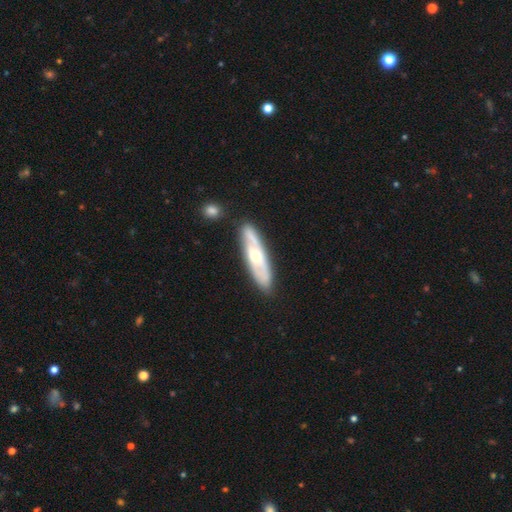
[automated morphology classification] smooth-or-featured: featured or disk: 66% | smooth: 29% | star or artifact: 5%
  disk-edge-on: no: 60% | yes: 40%
  merging: none: 81% | minor disturbance: 13% | merger: 3% | major disturbance: 3%